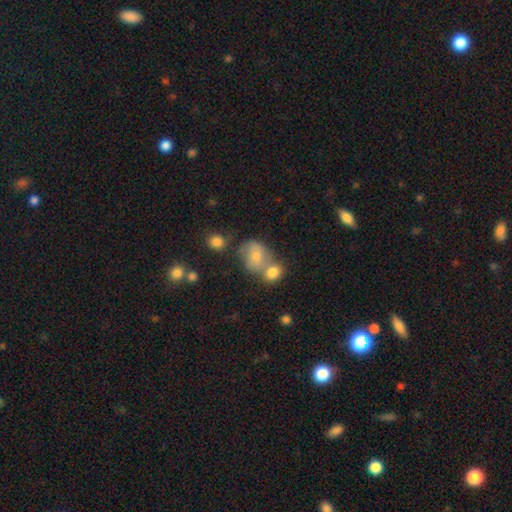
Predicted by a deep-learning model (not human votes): Smooth or featured?
  - smooth: 68% *
  - featured or disk: 22%
  - star or artifact: 10%
How rounded?
  - round: 54% *
  - in between: 45%
  - cigar-shaped: 1%
Merging?
  - merger: 48% *
  - none: 32%
  - minor disturbance: 14%
  - major disturbance: 6%